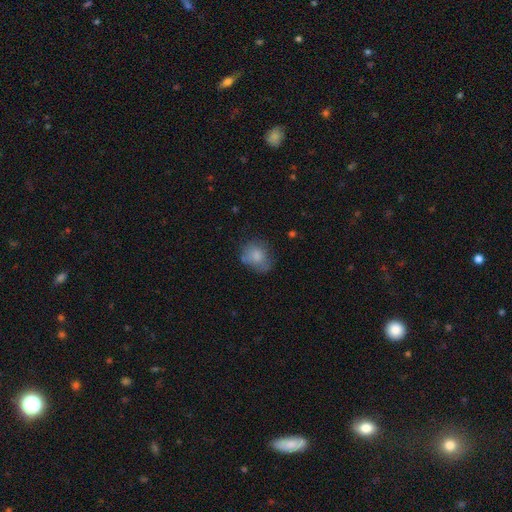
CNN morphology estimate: Smooth or featured?
  - smooth: 77% *
  - featured or disk: 14%
  - star or artifact: 9%
How rounded?
  - round: 57% *
  - in between: 42%
  - cigar-shaped: 1%
Merging?
  - none: 54% *
  - minor disturbance: 29%
  - major disturbance: 14%
  - merger: 4%